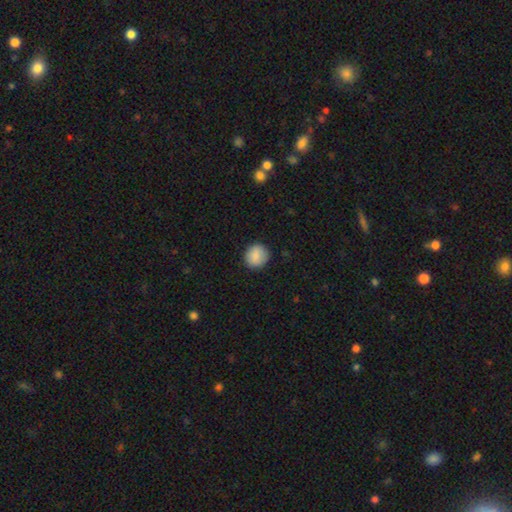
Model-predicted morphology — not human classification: This is clearly a smooth galaxy (87%). How rounded: clearly round (89%). Merging: clearly none (89%).